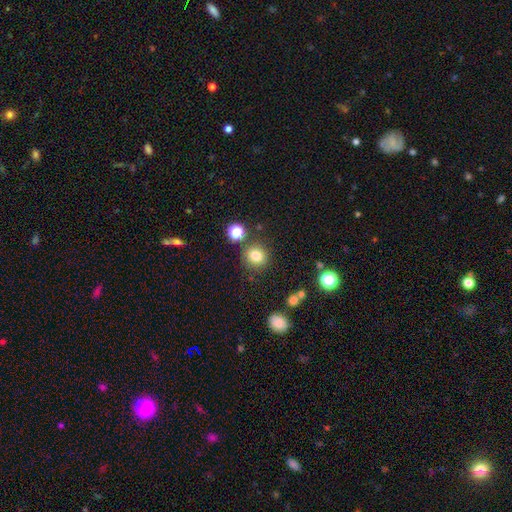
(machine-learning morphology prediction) Smooth or featured?
  - smooth: 79% *
  - star or artifact: 13%
  - featured or disk: 7%
How rounded?
  - round: 88% *
  - in between: 11%
  - cigar-shaped: 1%
Merging?
  - none: 83% *
  - minor disturbance: 8%
  - merger: 6%
  - major disturbance: 3%